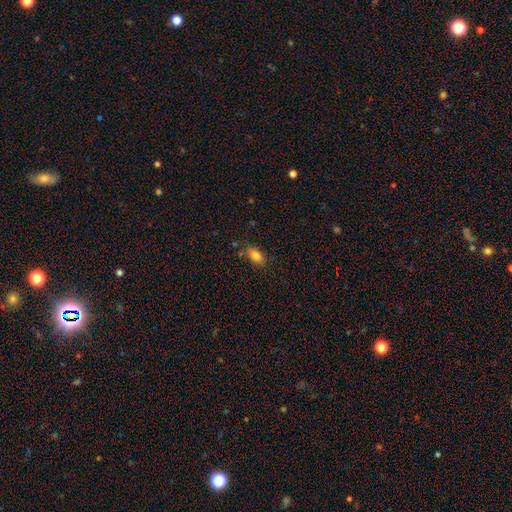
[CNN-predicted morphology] This appears to be a smooth galaxy with no disk features (82%) that is in between round and cigar-shaped (86%). Merging: none (77%).